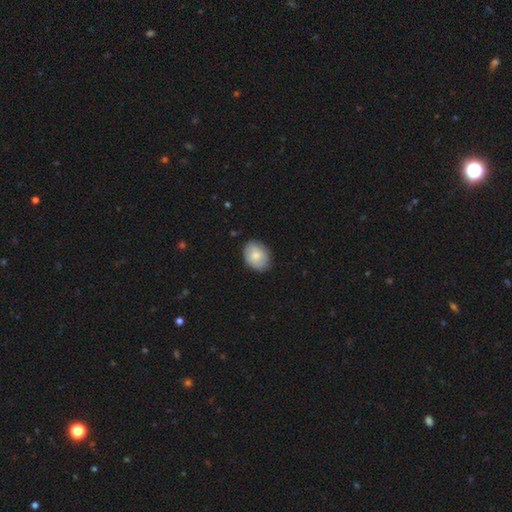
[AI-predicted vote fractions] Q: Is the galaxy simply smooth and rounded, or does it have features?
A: smooth — 73%.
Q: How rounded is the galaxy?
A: in between — 68%.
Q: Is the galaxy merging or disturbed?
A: none — 81%.